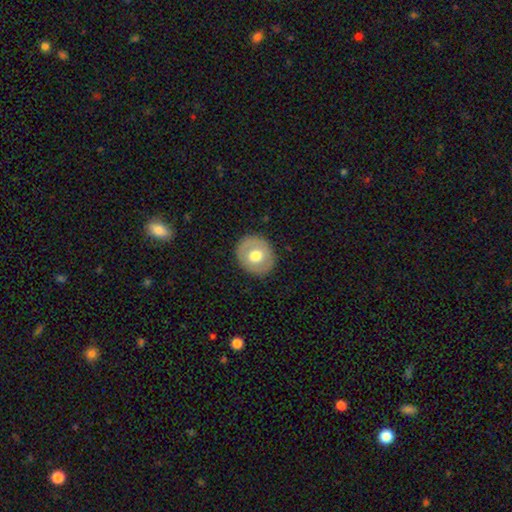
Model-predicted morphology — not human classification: Smooth or featured? smooth (62%)
How rounded? round (75%)
Merging? none (87%)